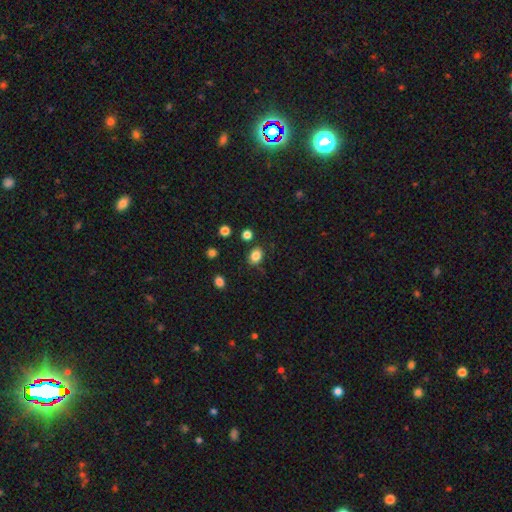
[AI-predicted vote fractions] Smooth or featured?
  - smooth: 84% *
  - star or artifact: 11%
  - featured or disk: 5%
How rounded?
  - in between: 64% *
  - round: 35%
  - cigar-shaped: 1%
Merging?
  - none: 78% *
  - minor disturbance: 14%
  - merger: 4%
  - major disturbance: 4%